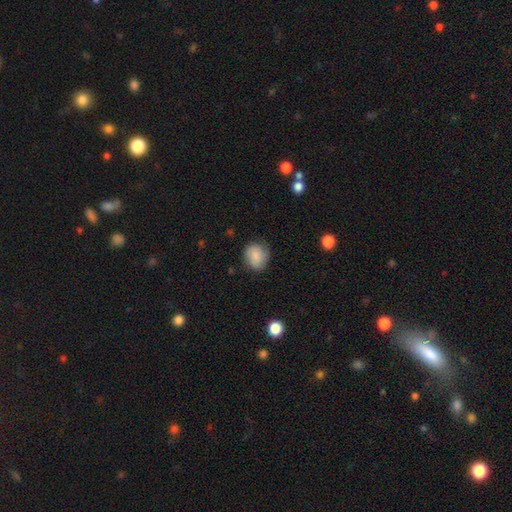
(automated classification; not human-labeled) A smooth galaxy with no disk features (80%) that is round (72%).

Vote fractions:
- Smooth or featured? smooth: 80% / featured or disk: 12% / star or artifact: 8%
- How rounded? round: 72% / in between: 27% / cigar-shaped: 1%
- Merging? none: 76% / minor disturbance: 18% / major disturbance: 4% / merger: 1%